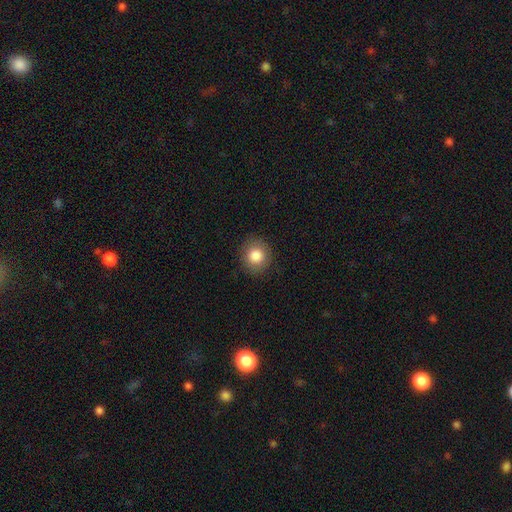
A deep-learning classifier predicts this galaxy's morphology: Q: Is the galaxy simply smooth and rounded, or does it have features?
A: smooth — 85%.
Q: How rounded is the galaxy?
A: round — 87%.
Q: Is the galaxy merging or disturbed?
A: none — 89%.